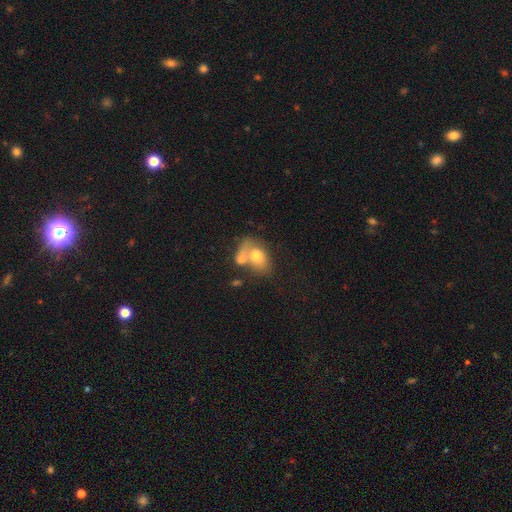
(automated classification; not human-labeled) A smooth galaxy with no disk features (67%) that is in between round and cigar-shaped (74%).

Vote fractions:
- Smooth or featured? smooth: 67% / featured or disk: 25% / star or artifact: 8%
- How rounded? in between: 74% / round: 25% / cigar-shaped: 2%
- Merging? merger: 56% / none: 22% / minor disturbance: 12% / major disturbance: 10%